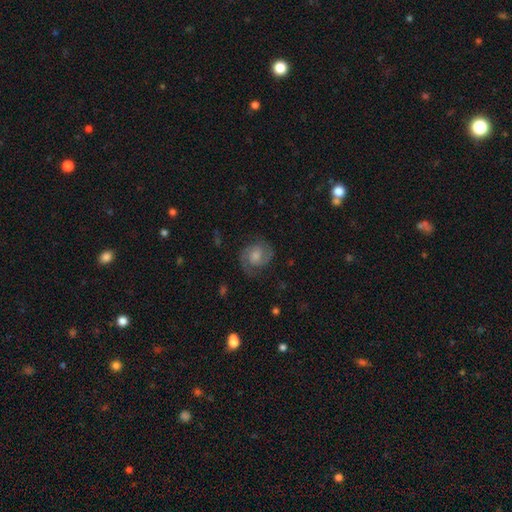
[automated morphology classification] A featured or disk galaxy (73%) with no bar (59%), 2 (87%) medium (47%) spiral arms (95%) and a moderate central bulge (43%). Merging: none (76%).